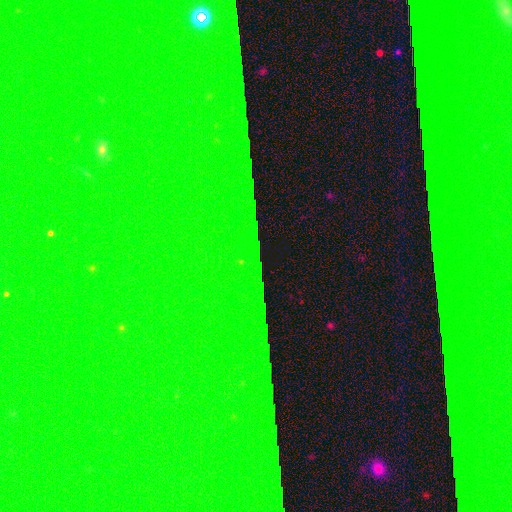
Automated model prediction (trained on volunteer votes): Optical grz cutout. It shows a star or artifact, not a galaxy (87%).